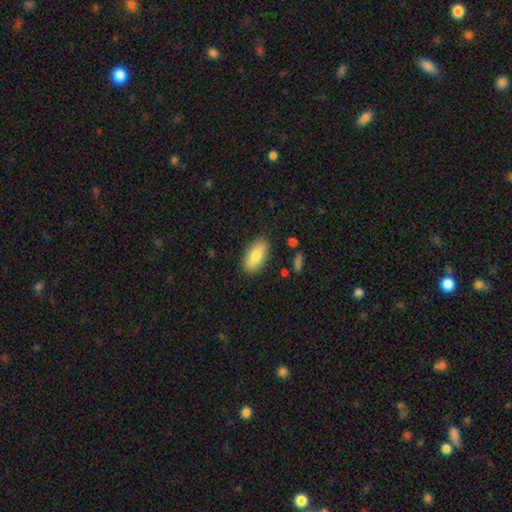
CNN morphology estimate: Overall: smooth (76%). How rounded: in between (89%). Merging: none (86%).